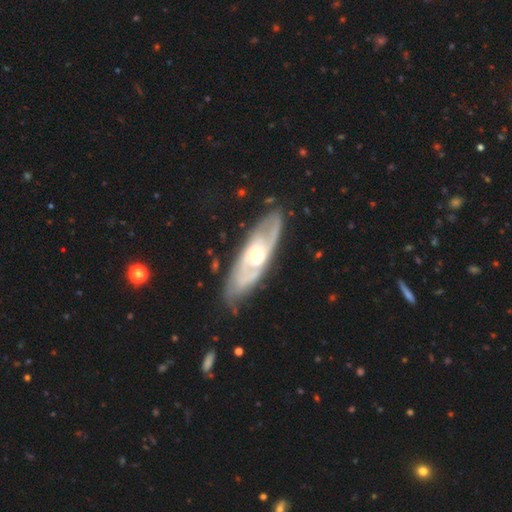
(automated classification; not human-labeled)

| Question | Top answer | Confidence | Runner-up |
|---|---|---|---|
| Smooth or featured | featured or disk | 81% | smooth (14%) |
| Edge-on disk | no | 83% | yes (17%) |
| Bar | no | 67% | weak (25%) |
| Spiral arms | yes | 85% | no (15%) |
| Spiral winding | tight | 54% | medium (35%) |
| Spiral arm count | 2 | 53% | can't tell (33%) |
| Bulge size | small | 48% | moderate (47%) |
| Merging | none | 78% | minor disturbance (16%) |